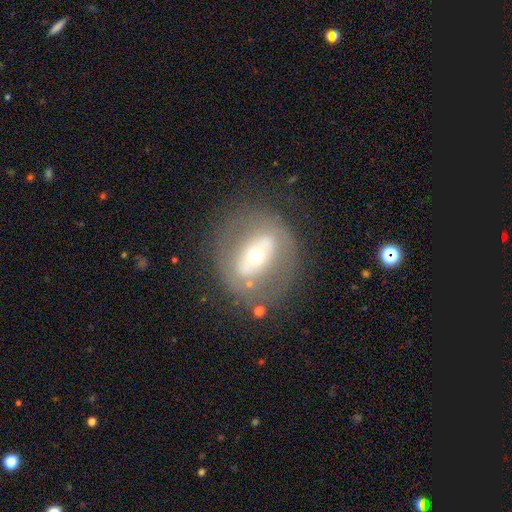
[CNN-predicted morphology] Smooth or featured? Predicted: featured or disk (p=0.63). Edge-on disk? Predicted: no (p=0.91). Bar? Predicted: strong (p=0.41). Spiral arms? Predicted: no (p=0.73). Bulge size? Predicted: moderate (p=0.53). Merging? Predicted: none (p=0.70).